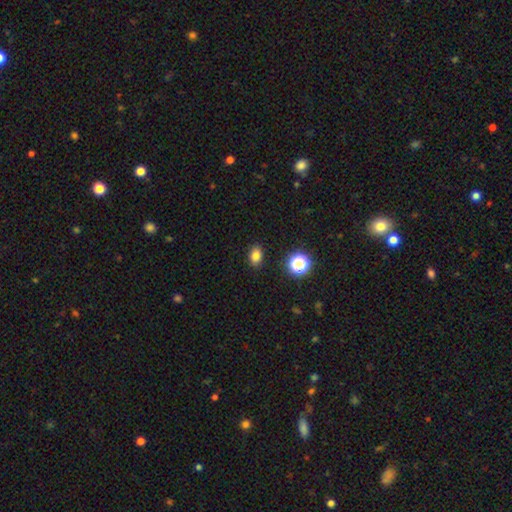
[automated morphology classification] A smooth galaxy with no disk features (81%) that is in between round and cigar-shaped (76%).

Vote fractions:
- Smooth or featured? smooth: 81% / star or artifact: 14% / featured or disk: 6%
- How rounded? in between: 76% / round: 22% / cigar-shaped: 1%
- Merging? none: 89% / minor disturbance: 8% / major disturbance: 2% / merger: 1%